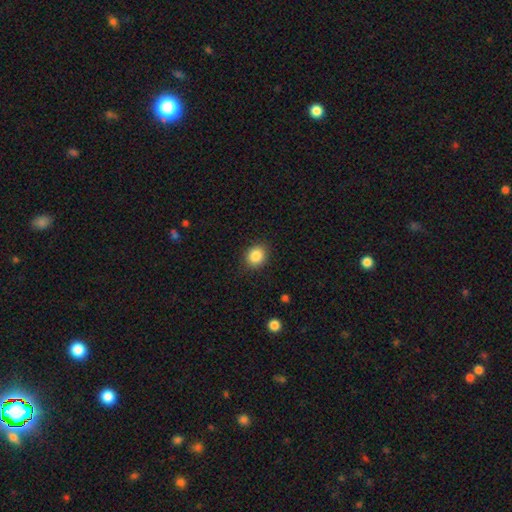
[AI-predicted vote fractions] smooth 87%, star or artifact 9%, featured or disk 4%. Down the decision tree: how rounded — round (73%); merging — none (88%).